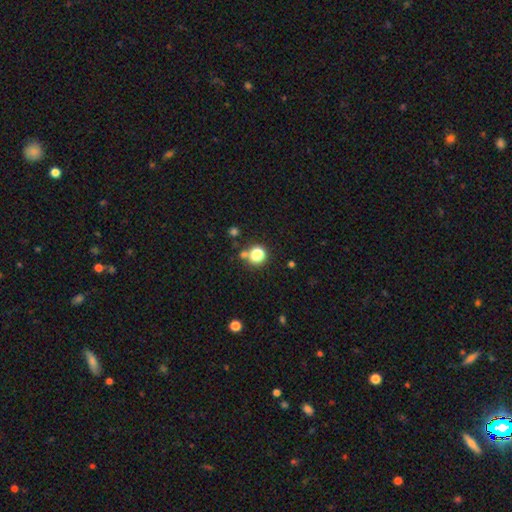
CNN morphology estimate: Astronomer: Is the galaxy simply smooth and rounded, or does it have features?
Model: smooth — 78%.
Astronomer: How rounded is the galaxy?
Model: round — 89%.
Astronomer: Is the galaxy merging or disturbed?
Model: none — 70%.